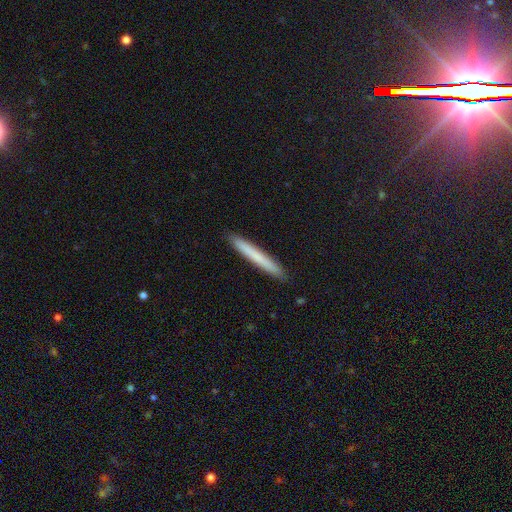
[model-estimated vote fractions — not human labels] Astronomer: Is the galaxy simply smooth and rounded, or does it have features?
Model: smooth — 71%.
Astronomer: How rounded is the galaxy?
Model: cigar-shaped — 97%.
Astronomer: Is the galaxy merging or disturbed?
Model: none — 92%.